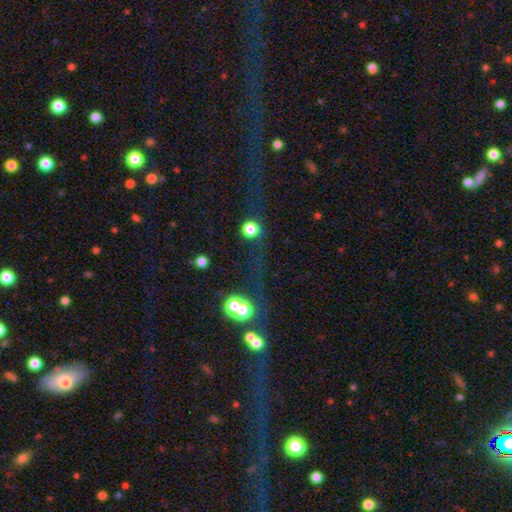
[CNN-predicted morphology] Overall: star or artifact (63%).